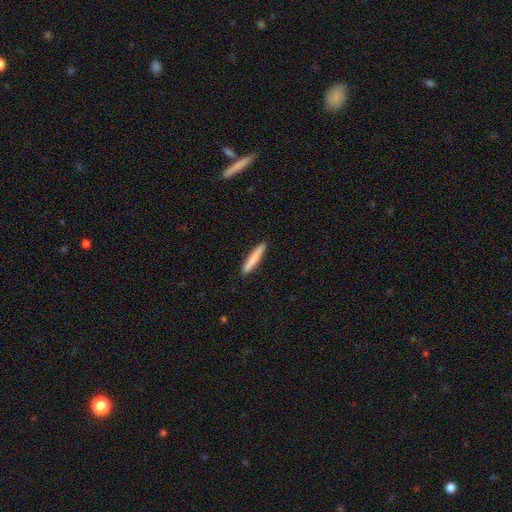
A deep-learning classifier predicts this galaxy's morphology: Smooth or featured? Predicted: smooth (p=0.77). How rounded? Predicted: cigar-shaped (p=0.94). Merging? Predicted: none (p=0.91).